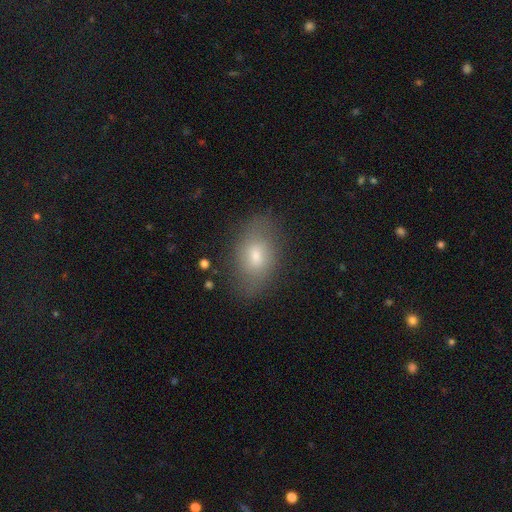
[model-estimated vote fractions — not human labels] Morphology: type=smooth (66%); roundness=in between (86%); merging=none (78%).